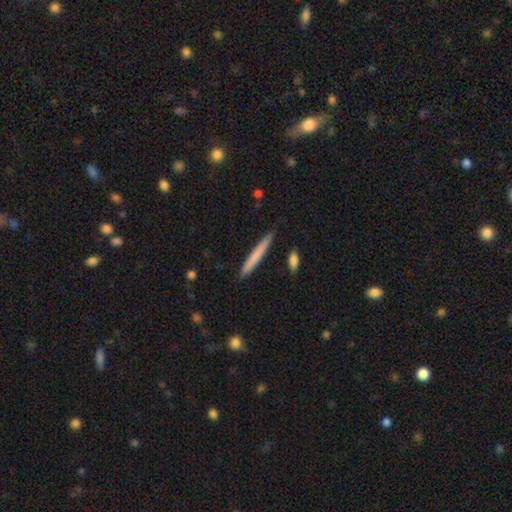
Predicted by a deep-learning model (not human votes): The model was most divided on "smooth or featured": smooth: 70%, featured or disk: 25%, star or artifact: 5%. More confident: how rounded — cigar-shaped (96%); merging — none (89%).